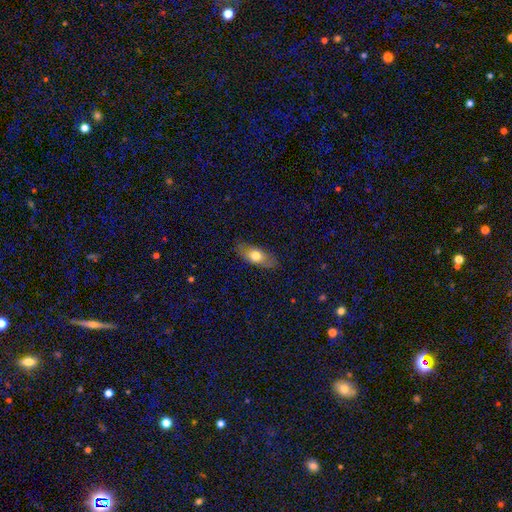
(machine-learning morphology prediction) Smooth or featured: smooth — 65% (featured or disk — 28%)
How rounded: in between — 81% (cigar-shaped — 14%)
Merging: none — 80% (minor disturbance — 15%)